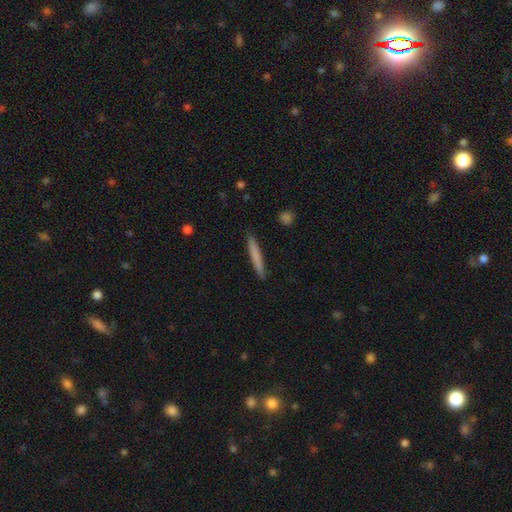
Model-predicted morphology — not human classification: smooth-or-featured: smooth: 74% | featured or disk: 21% | star or artifact: 6%
  how-rounded: cigar-shaped: 96% | in between: 2% | round: 1%
  merging: none: 91% | minor disturbance: 6% | major disturbance: 1% | merger: 1%